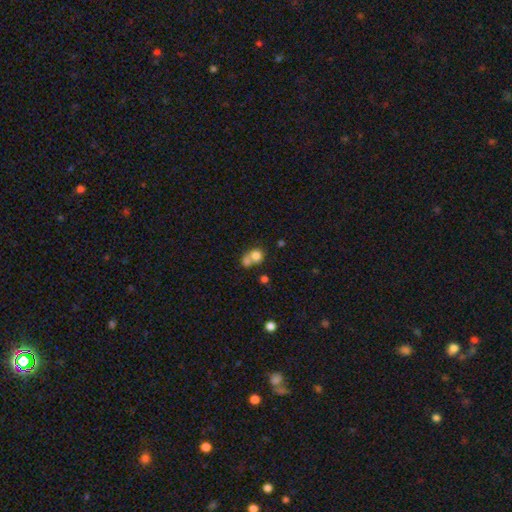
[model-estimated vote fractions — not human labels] smooth 76%, featured or disk 13%, star or artifact 11%. Down the decision tree: how rounded — round (74%); merging — merger (60%).